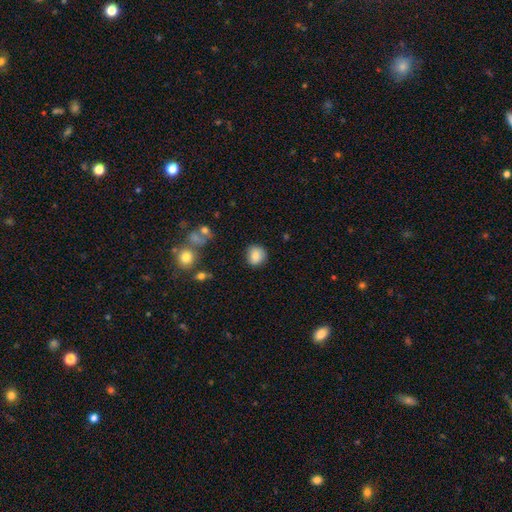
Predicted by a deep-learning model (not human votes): The model was most divided on "how rounded": round: 86%, in between: 13%, cigar-shaped: 1%. More confident: merging — none (85%); smooth or featured — smooth (82%).